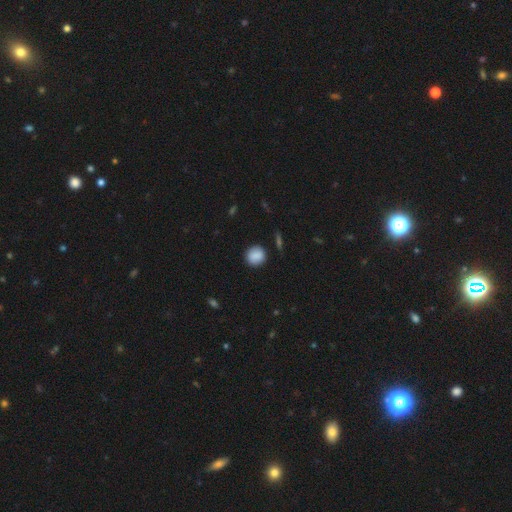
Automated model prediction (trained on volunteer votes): Morphology: type=smooth (87%); roundness=round (87%); merging=none (86%).